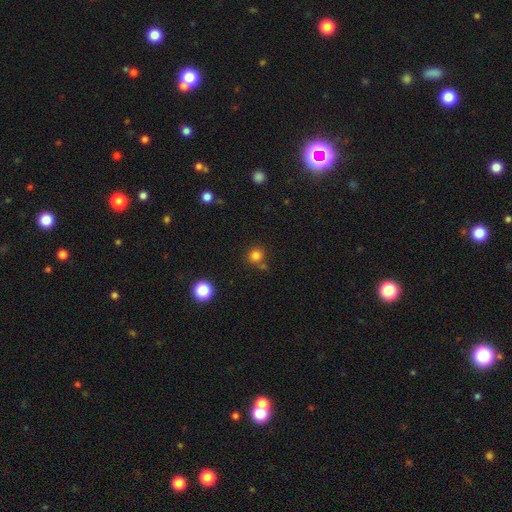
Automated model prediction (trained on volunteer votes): Morphology: type=smooth (80%); roundness=round (88%); merging=none (72%).